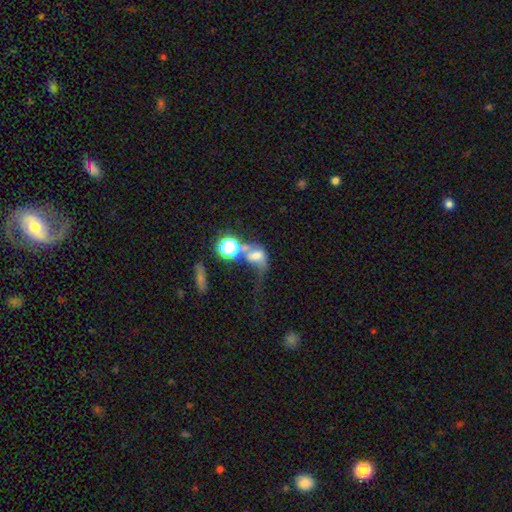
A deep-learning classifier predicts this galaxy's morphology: Smooth or featured: smooth — 47% (featured or disk — 33%)
Merging: merger — 44% (major disturbance — 31%)